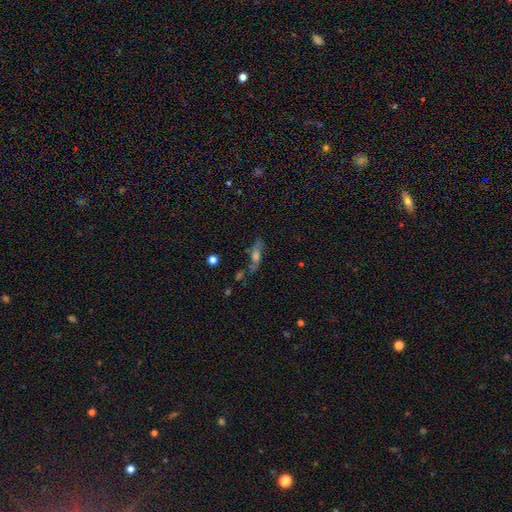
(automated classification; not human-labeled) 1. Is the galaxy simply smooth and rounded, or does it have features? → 48% featured or disk, 35% smooth, 17% star or artifact.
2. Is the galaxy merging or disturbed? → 57% none, 20% minor disturbance, 12% merger, 11% major disturbance.